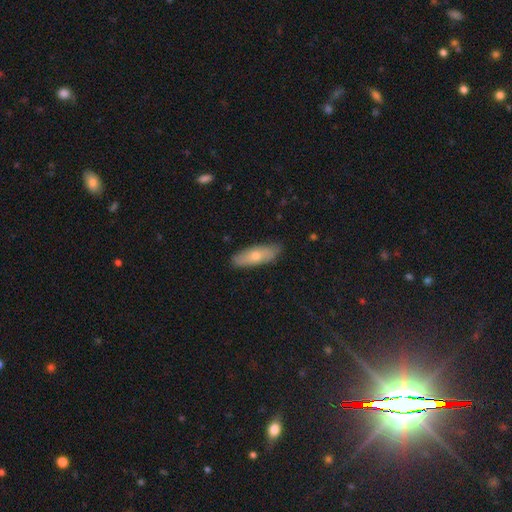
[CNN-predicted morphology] A smooth galaxy with no disk features (61%) that is in between round and cigar-shaped (55%). Merging: none (86%).